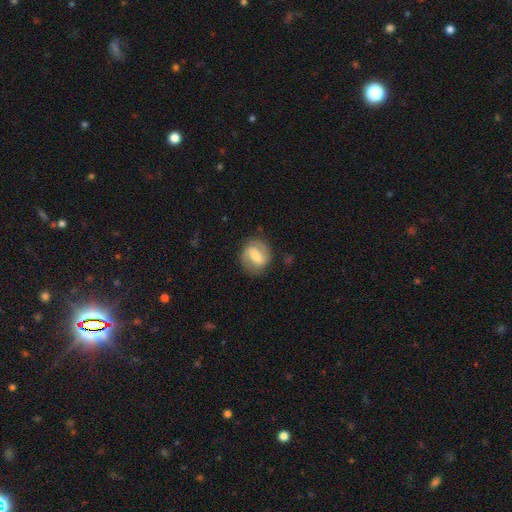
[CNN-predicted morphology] This is likely a featured or disk galaxy (65%). It is clearly not viewed edge-on (97%). Bar: marginally weak (44%). Spiral arm pattern: clearly yes (86%). Spiral arm count: clearly 2 (86%). Spiral winding: possibly medium (46%). Central bulge: possibly moderate (49%). Merging: likely none (79%).